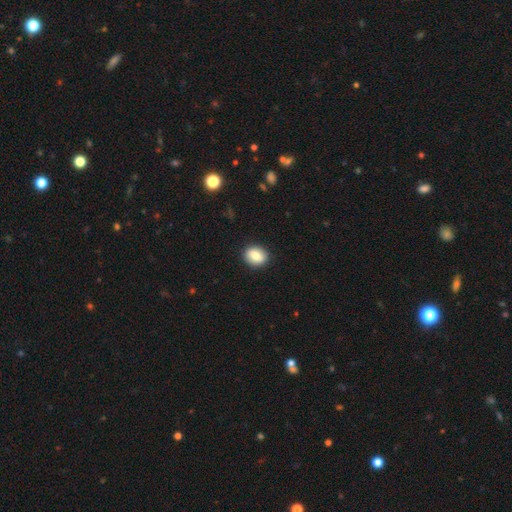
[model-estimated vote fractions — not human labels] smooth 80%, featured or disk 12%, star or artifact 8%. Down the decision tree: how rounded — round (55%); merging — none (90%).